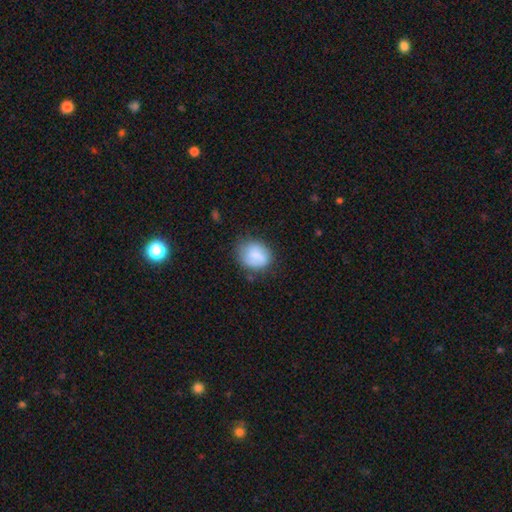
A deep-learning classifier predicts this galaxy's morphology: smooth-or-featured: smooth: 77% | featured or disk: 16% | star or artifact: 8%
  how-rounded: round: 61% | in between: 38% | cigar-shaped: 1%
  merging: none: 63% | minor disturbance: 26% | major disturbance: 8% | merger: 3%